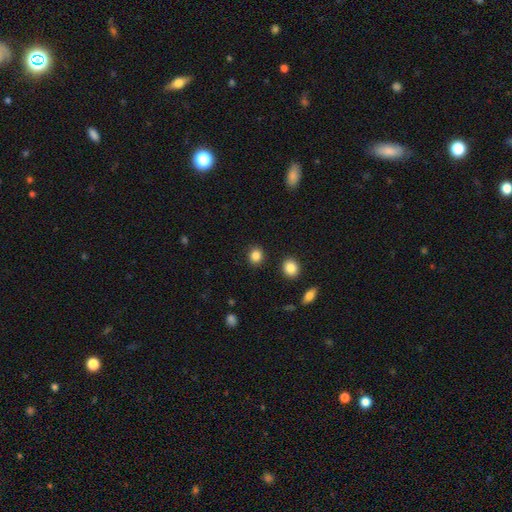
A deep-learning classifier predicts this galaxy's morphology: smooth_or_featured: smooth (p=0.86) [alt: star or artifact p=0.10]
how_rounded: round (p=0.80) [alt: in between p=0.19]
merging: none (p=0.90) [alt: minor disturbance p=0.06]